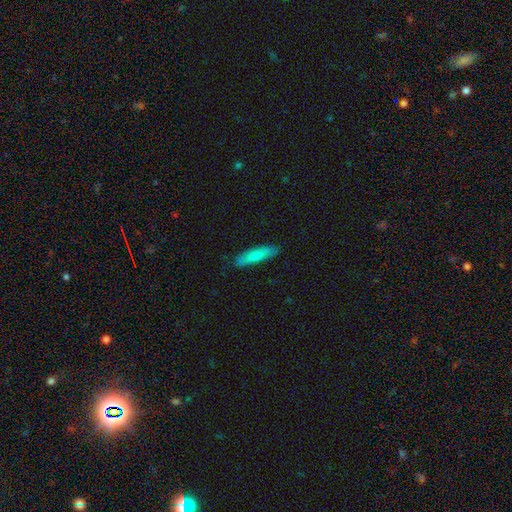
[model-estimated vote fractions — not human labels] This appears to be a smooth galaxy with no disk features (78%) that is cigar-shaped (73%). Merging: none (84%).